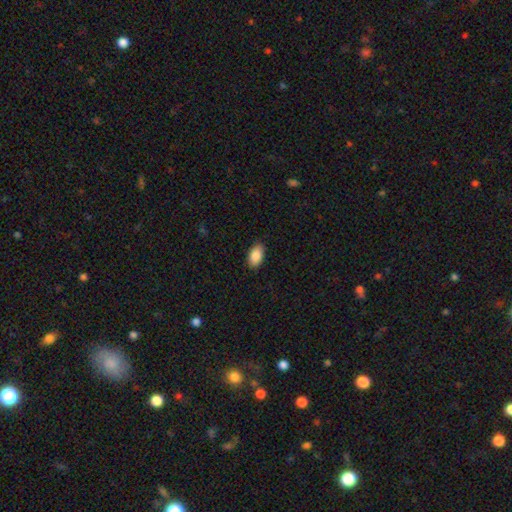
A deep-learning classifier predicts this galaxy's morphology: The model was most divided on "merging": none: 89%, minor disturbance: 8%, major disturbance: 2%, merger: 1%. More confident: how rounded — in between (94%); smooth or featured — smooth (87%).